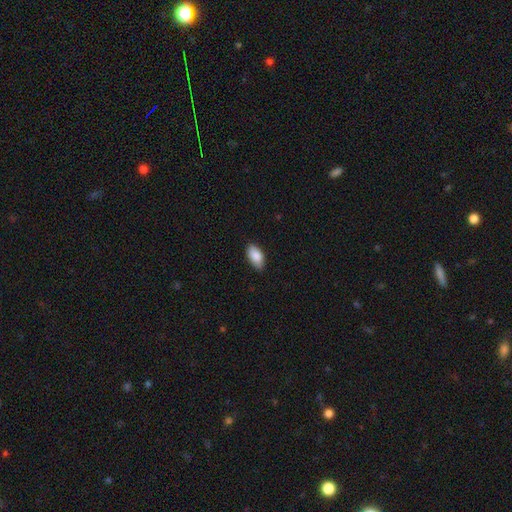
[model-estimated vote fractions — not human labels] The model was most divided on "merging": none: 83%, minor disturbance: 14%, major disturbance: 2%, merger: 1%. More confident: how rounded — in between (94%); smooth or featured — smooth (88%).